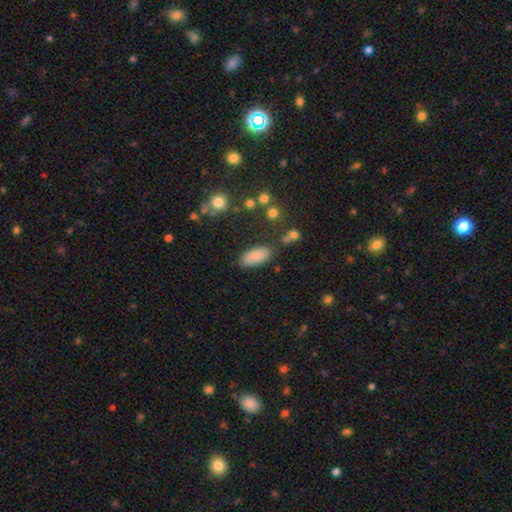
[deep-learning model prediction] Smooth or featured? Predicted: smooth (p=0.81). How rounded? Predicted: in between (p=0.89). Merging? Predicted: none (p=0.77).